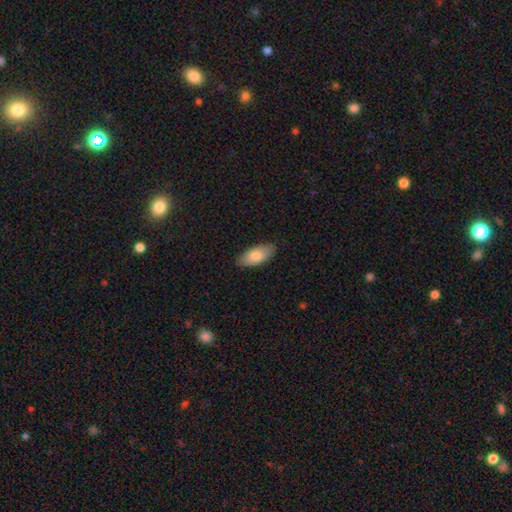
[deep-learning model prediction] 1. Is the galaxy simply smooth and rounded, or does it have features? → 79% smooth, 16% featured or disk, 6% star or artifact.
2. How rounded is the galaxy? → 90% in between, 8% cigar-shaped, 2% round.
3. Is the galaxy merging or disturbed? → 86% none, 11% minor disturbance, 2% major disturbance, 1% merger.